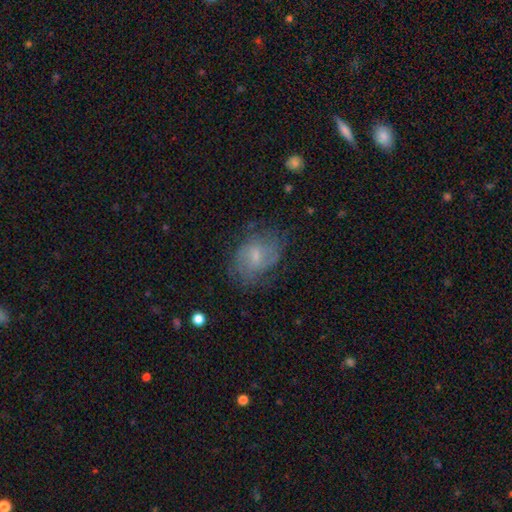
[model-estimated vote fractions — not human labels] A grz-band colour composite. It shows a featured or disk galaxy (52%) with no bar (50%), spiral arms (77%) and a small central bulge (56%). Merging: none (64%).